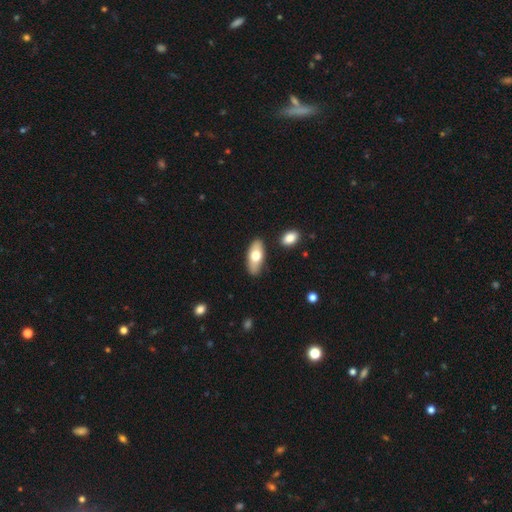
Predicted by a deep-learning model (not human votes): smooth_or_featured: smooth (p=0.70) [alt: featured or disk p=0.25]
how_rounded: in between (p=0.85) [alt: cigar-shaped p=0.13]
merging: none (p=0.84) [alt: minor disturbance p=0.11]